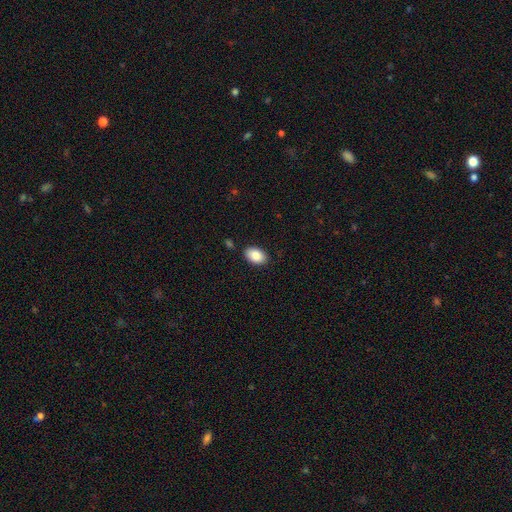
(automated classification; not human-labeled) Morphology: type=smooth (86%); roundness=in between (90%); merging=none (87%).